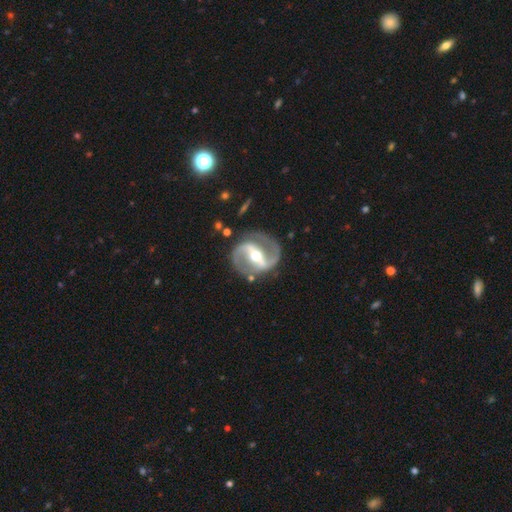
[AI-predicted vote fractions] Overall: featured or disk (90%). Edge-on disk: no (97%). Bar: strong (68%). Spiral arms: yes (95%). Spiral arm count: 2 (93%). Spiral winding: medium (55%; tight 23%). Bulge size: moderate (70%). Merging: none (83%).